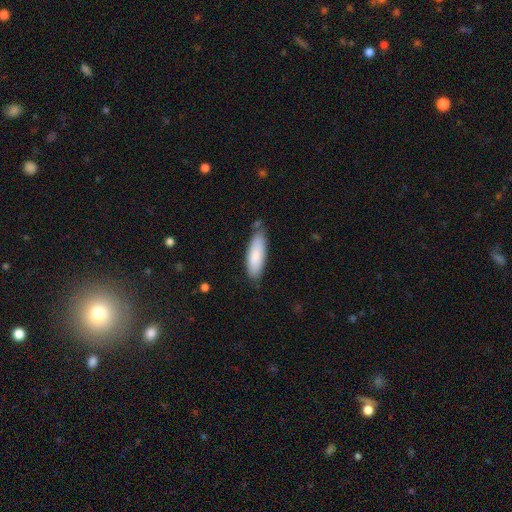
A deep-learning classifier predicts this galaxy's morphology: A smooth galaxy with no disk features (84%) that is in between round and cigar-shaped (52%). Merging: none (75%).